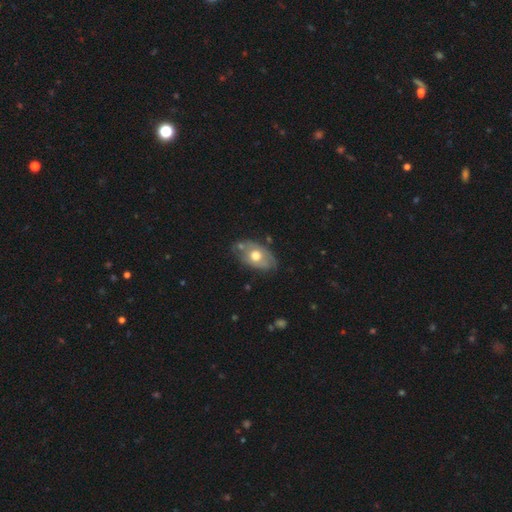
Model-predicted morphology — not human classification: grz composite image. It shows a featured or disk galaxy (47%, tied with smooth). Merging: none (61%).